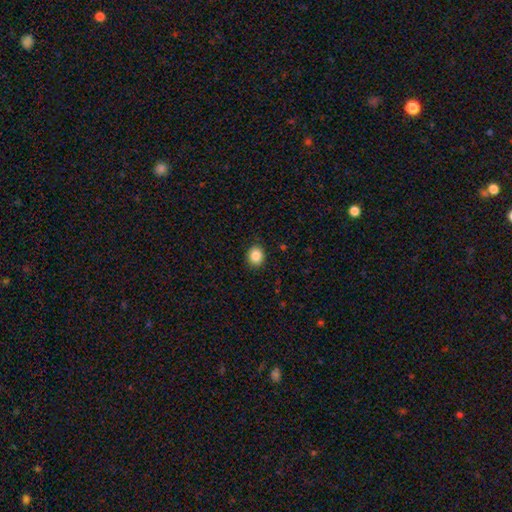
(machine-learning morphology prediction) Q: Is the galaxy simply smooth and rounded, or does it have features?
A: smooth — 86%.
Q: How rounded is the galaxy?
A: round — 60%.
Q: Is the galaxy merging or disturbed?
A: none — 89%.